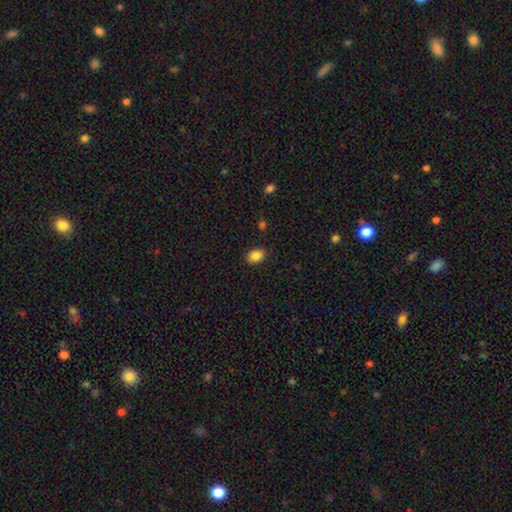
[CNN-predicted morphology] smooth 86%, star or artifact 9%, featured or disk 5%. Down the decision tree: how rounded — in between (76%); merging — none (87%).